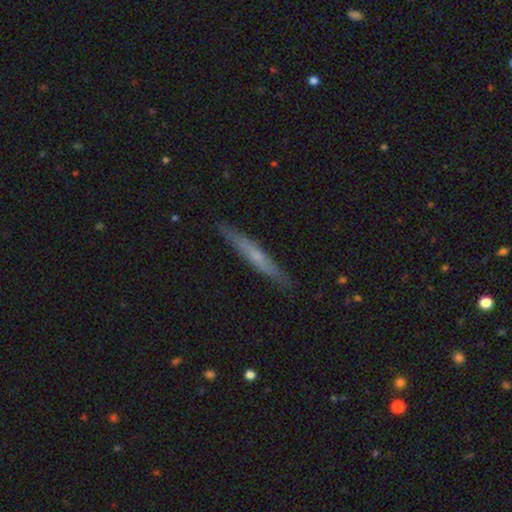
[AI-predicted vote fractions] Q: Smooth or featured?
A: featured or disk (52%); runner-up: smooth (42%)
Q: Edge-on disk?
A: yes (94%); runner-up: no (6%)
Q: Merging?
A: none (89%); runner-up: minor disturbance (8%)